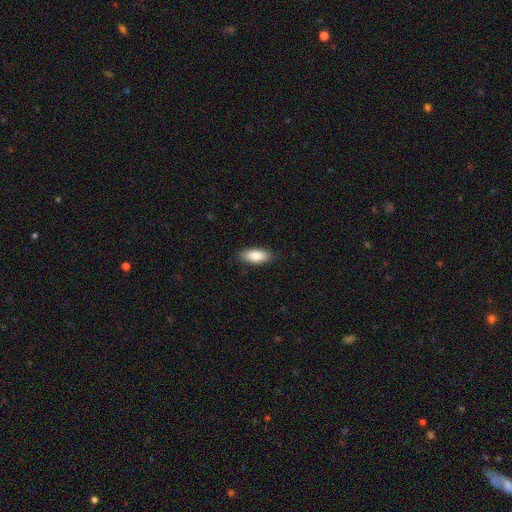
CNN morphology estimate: This is clearly a smooth galaxy (84%). How rounded: clearly in between (85%). Merging: clearly none (87%).